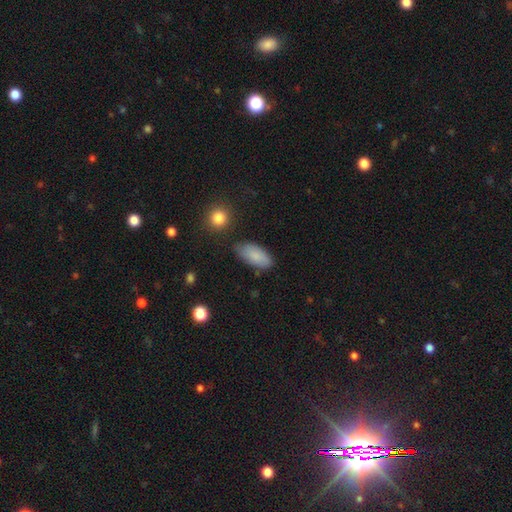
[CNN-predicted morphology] Overall: smooth (85%). How rounded: in between (90%). Merging: none (76%).